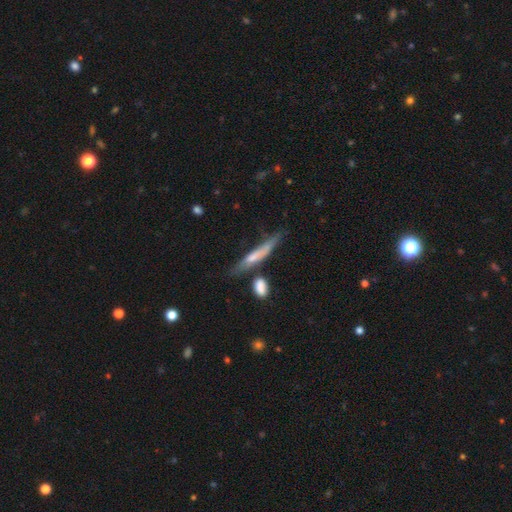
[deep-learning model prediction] Overall: smooth (56%; featured or disk 37%). How rounded: cigar-shaped (88%). Merging: none (53%; minor disturbance 24%).